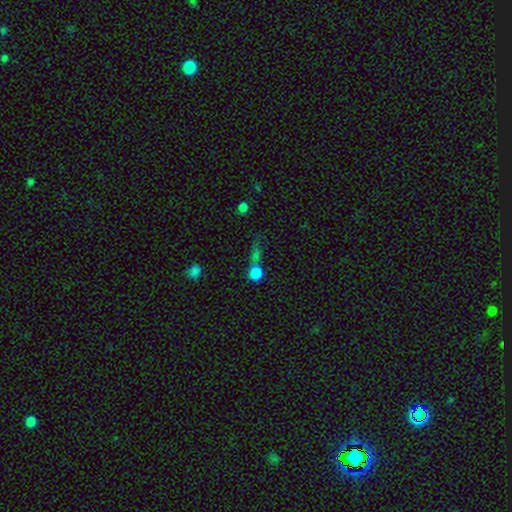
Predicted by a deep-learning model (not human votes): smooth 62%, star or artifact 28%, featured or disk 10%. Down the decision tree: how rounded — round (77%); merging — none (48%).